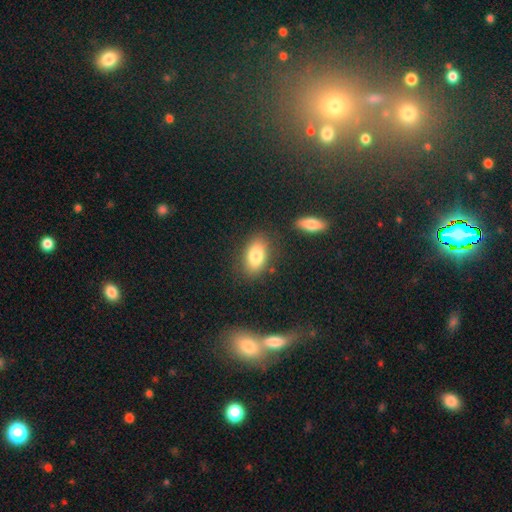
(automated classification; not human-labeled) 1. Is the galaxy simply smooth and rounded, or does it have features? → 81% smooth, 11% featured or disk, 8% star or artifact.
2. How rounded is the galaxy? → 89% in between, 8% round, 3% cigar-shaped.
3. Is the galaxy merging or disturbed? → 81% none, 12% minor disturbance, 4% merger, 4% major disturbance.